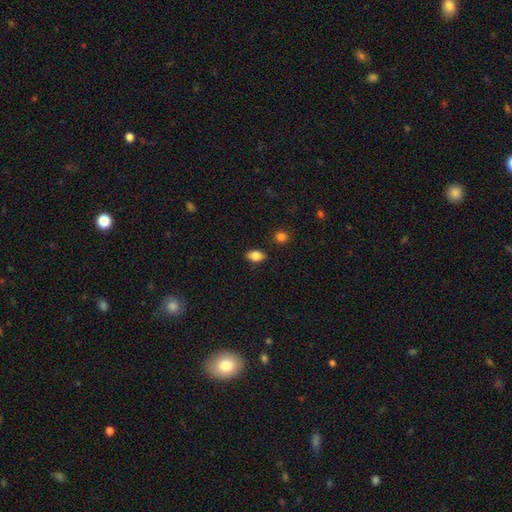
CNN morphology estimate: smooth 82%, star or artifact 9%, featured or disk 9%. Down the decision tree: how rounded — in between (85%); merging — none (85%).